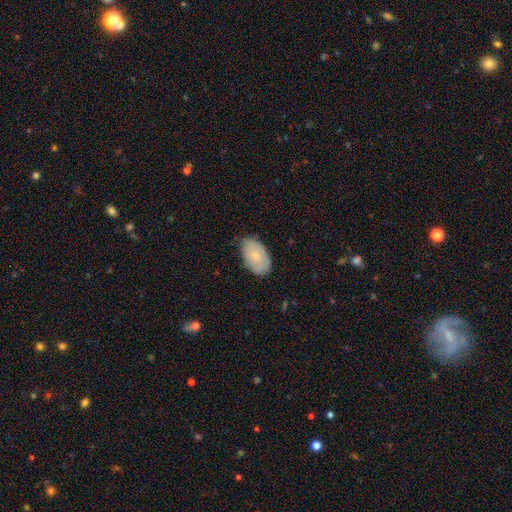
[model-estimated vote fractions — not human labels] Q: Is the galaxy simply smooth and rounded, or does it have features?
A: smooth — 78%.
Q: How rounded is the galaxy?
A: in between — 94%.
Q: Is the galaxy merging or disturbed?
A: none — 77%.